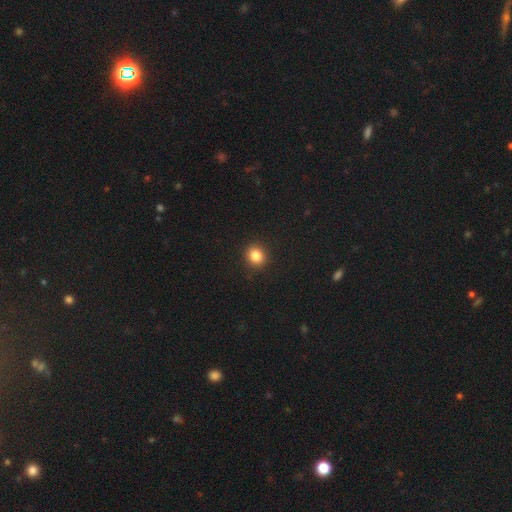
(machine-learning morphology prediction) The model was most divided on "how rounded": round: 72%, in between: 27%, cigar-shaped: 1%. More confident: merging — none (91%); smooth or featured — smooth (85%).